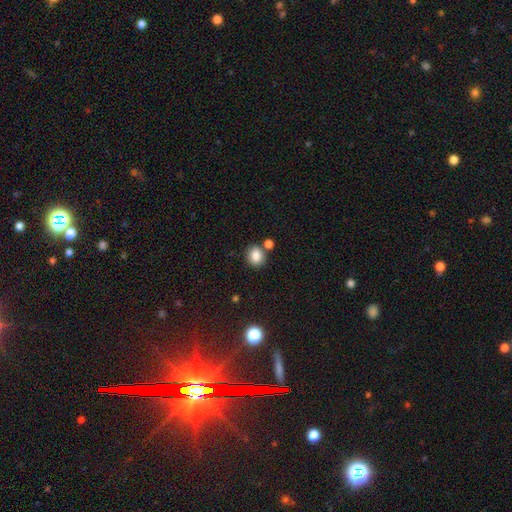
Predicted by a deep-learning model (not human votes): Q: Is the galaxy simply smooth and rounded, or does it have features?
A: smooth — 84%.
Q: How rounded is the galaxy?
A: round — 67%.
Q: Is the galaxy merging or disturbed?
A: none — 73%.